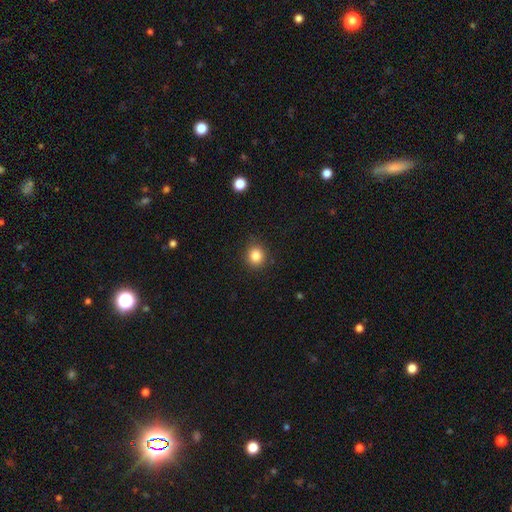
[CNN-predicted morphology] Smooth or featured? smooth (85%)
How rounded? round (82%)
Merging? none (86%)